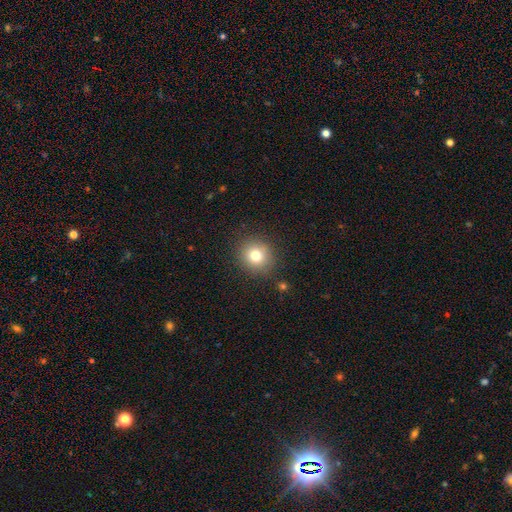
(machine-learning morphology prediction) Overall: smooth (77%). How rounded: round (88%). Merging: none (87%).